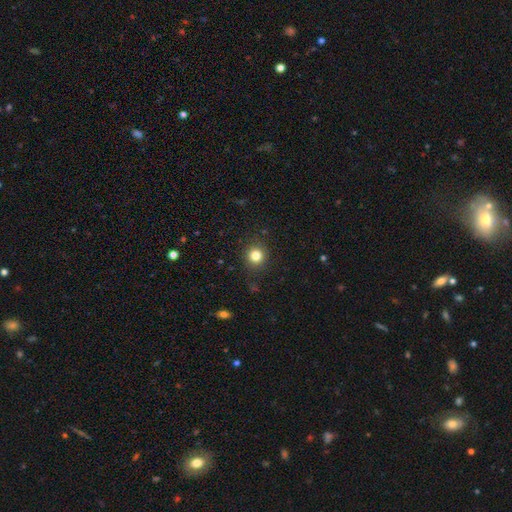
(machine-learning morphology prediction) A smooth galaxy with no disk features (82%) that is round (90%). Merging: none (88%).